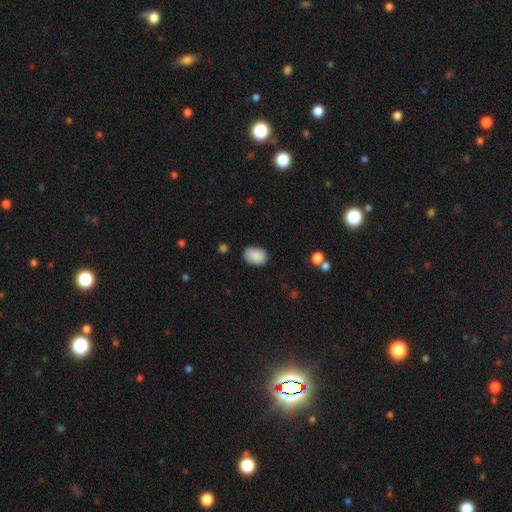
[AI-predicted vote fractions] A smooth galaxy with no disk features (89%) that is in between round and cigar-shaped (84%). Merging: none (82%).